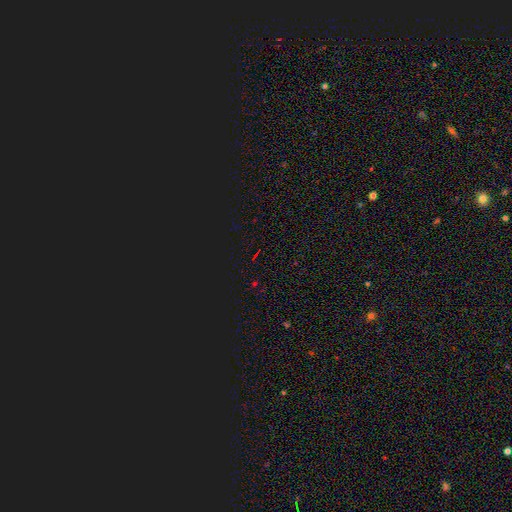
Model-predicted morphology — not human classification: A star or artifact, not a galaxy (78%).